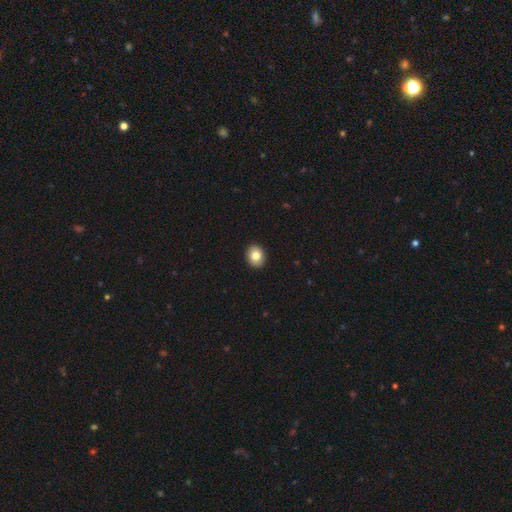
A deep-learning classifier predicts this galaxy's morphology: smooth_or_featured: smooth (p=0.82) [alt: featured or disk p=0.10]
how_rounded: in between (p=0.53) [alt: round p=0.46]
merging: none (p=0.92) [alt: minor disturbance p=0.06]